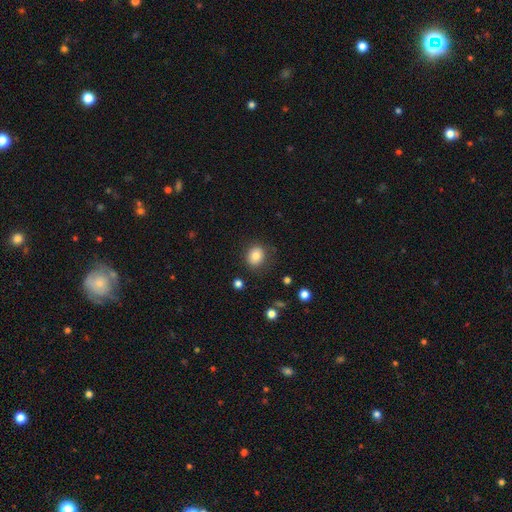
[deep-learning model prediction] A smooth galaxy with no disk features (82%) that is round (67%).

Vote fractions:
- Smooth or featured? smooth: 82% / star or artifact: 10% / featured or disk: 8%
- How rounded? round: 67% / in between: 32% / cigar-shaped: 1%
- Merging? none: 81% / minor disturbance: 13% / major disturbance: 4% / merger: 2%